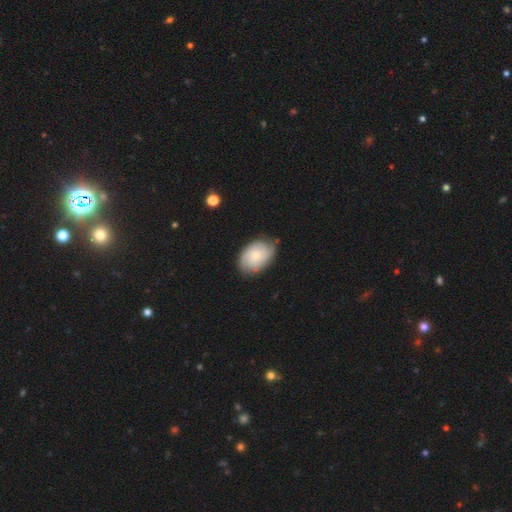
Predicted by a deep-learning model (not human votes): Smooth or featured?
  - featured or disk: 50% *
  - smooth: 44%
  - star or artifact: 7%
Merging?
  - none: 72% *
  - minor disturbance: 22%
  - major disturbance: 5%
  - merger: 1%